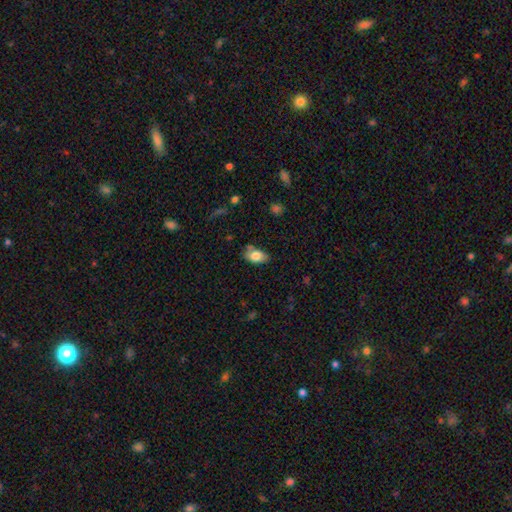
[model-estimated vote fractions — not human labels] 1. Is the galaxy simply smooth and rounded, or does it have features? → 80% smooth, 13% featured or disk, 8% star or artifact.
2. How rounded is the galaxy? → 90% in between, 7% round, 2% cigar-shaped.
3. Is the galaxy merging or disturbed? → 63% none, 25% minor disturbance, 7% merger, 5% major disturbance.